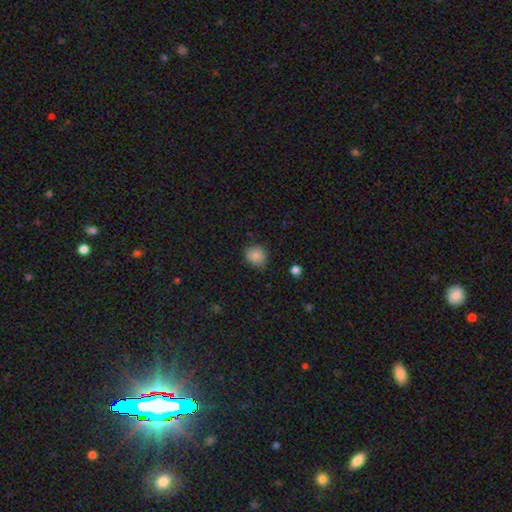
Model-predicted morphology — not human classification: Smooth or featured? Predicted: smooth (p=0.86). How rounded? Predicted: round (p=0.75). Merging? Predicted: none (p=0.77).